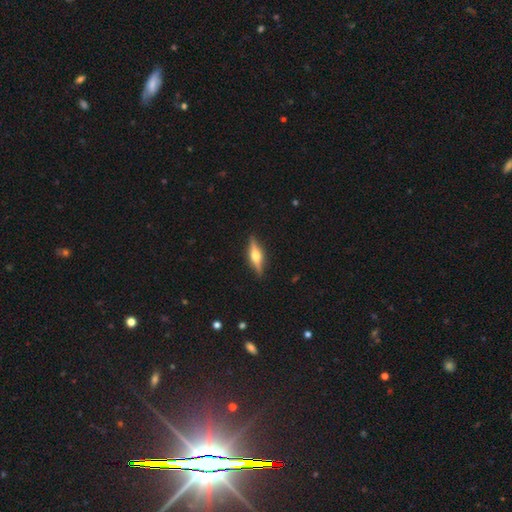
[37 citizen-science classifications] Smooth or featured: featured or disk — 76% (smooth — 24%)
Edge-on disk: yes — 100%
Edge-on bulge: rounded — 93% (boxy — 4%)
Merging: none — 95% (minor disturbance — 3%)